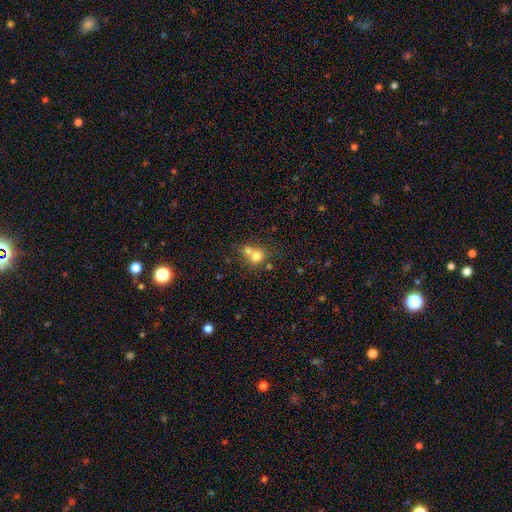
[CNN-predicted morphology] smooth_or_featured: smooth (p=0.72) [alt: featured or disk p=0.16]
how_rounded: round (p=0.72) [alt: in between p=0.27]
merging: merger (p=0.61) [alt: none p=0.29]